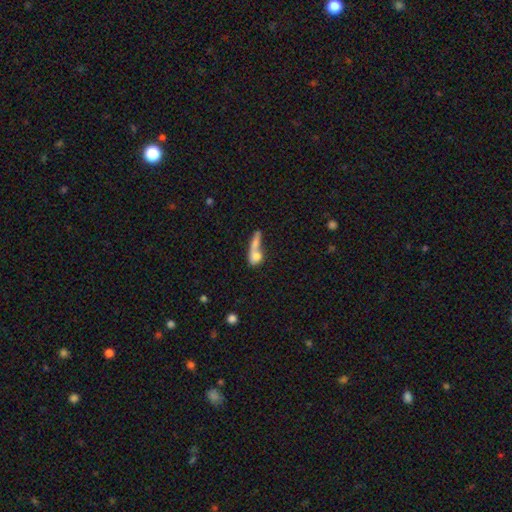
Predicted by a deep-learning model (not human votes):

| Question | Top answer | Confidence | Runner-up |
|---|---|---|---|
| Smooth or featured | smooth | 68% | featured or disk (23%) |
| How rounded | in between | 43% | cigar-shaped (32%) |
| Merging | merger | 59% | none (21%) |